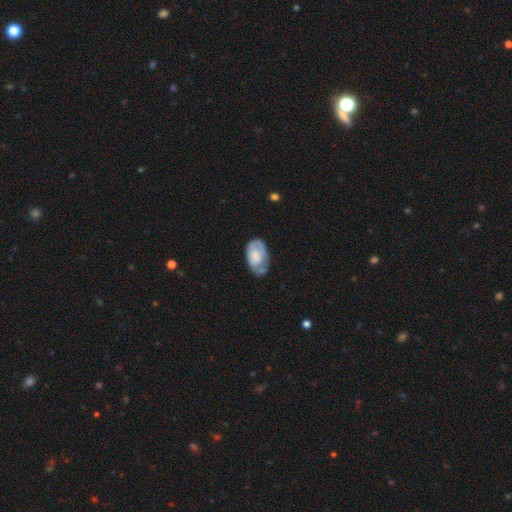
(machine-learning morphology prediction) Smooth or featured? Predicted: smooth (p=0.61). How rounded? Predicted: in between (p=0.92). Merging? Predicted: none (p=0.45).